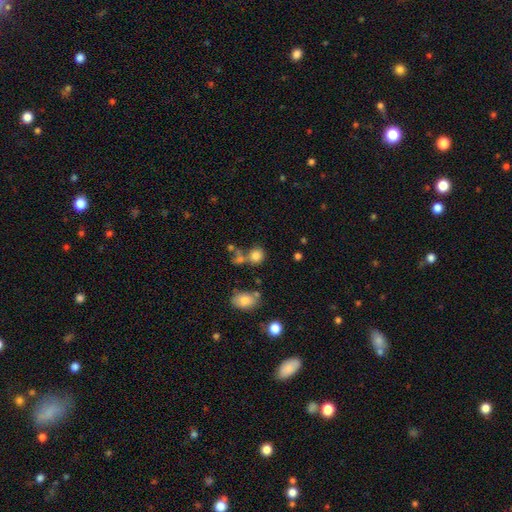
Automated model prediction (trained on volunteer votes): Smooth or featured?
  - smooth: 80% *
  - star or artifact: 13%
  - featured or disk: 8%
How rounded?
  - round: 80% *
  - in between: 19%
  - cigar-shaped: 1%
Merging?
  - none: 61% *
  - merger: 22%
  - minor disturbance: 12%
  - major disturbance: 6%